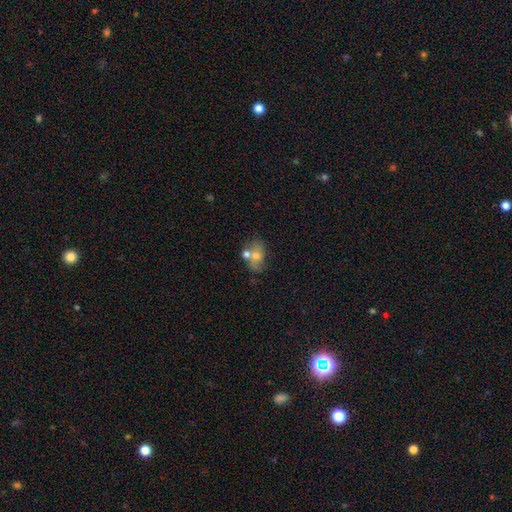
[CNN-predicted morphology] Q: Smooth or featured?
A: smooth (55%); runner-up: featured or disk (34%)
Q: How rounded?
A: in between (72%); runner-up: round (26%)
Q: Merging?
A: none (39%); runner-up: merger (37%)